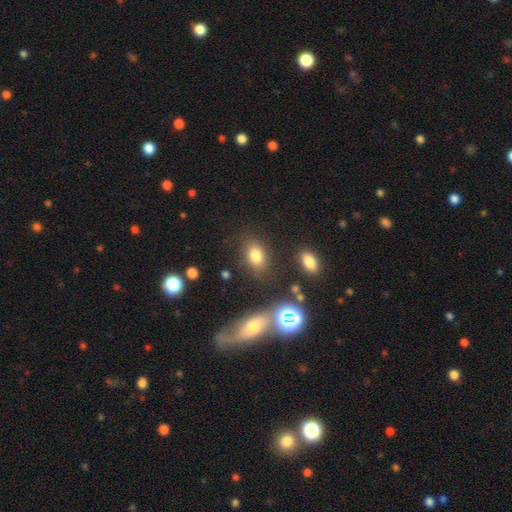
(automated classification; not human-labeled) smooth 77%, star or artifact 14%, featured or disk 9%. Down the decision tree: how rounded — in between (76%); merging — none (80%).